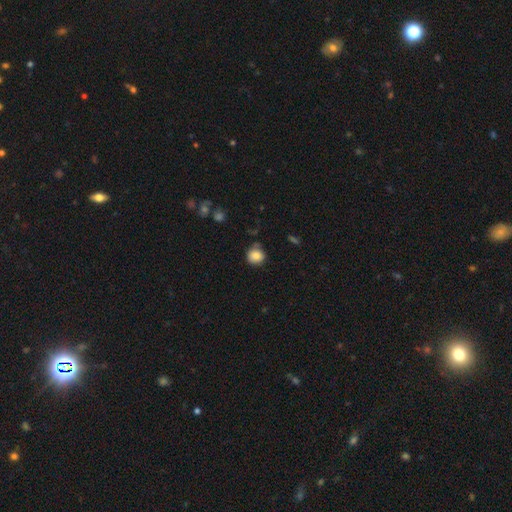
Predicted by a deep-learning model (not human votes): This is clearly a smooth galaxy (84%). How rounded: clearly round (84%). Merging: likely none (74%).